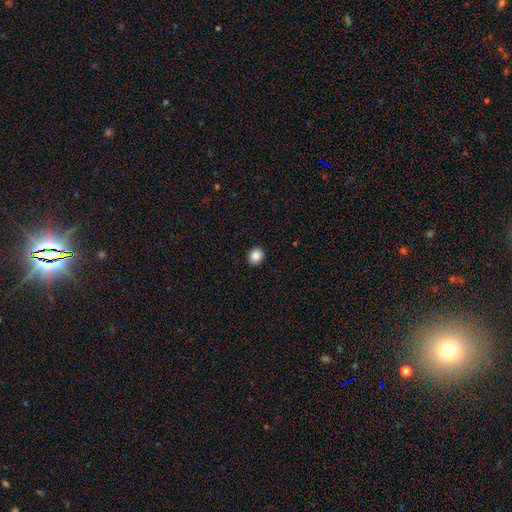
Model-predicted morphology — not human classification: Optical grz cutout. It shows a smooth galaxy with no disk features (86%) that is round (75%). Merging: none (92%).